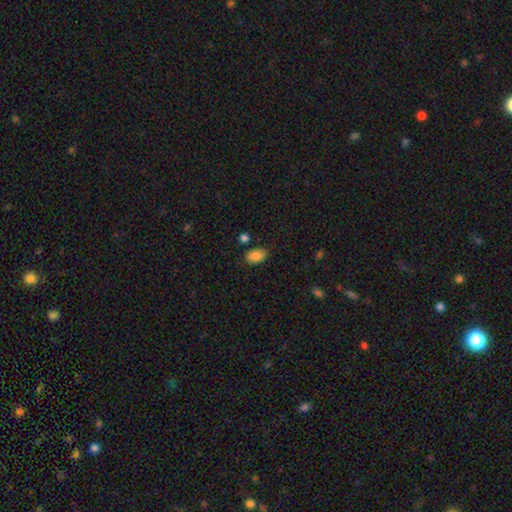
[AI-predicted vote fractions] smooth 86%, star or artifact 8%, featured or disk 6%. Down the decision tree: how rounded — in between (91%); merging — none (79%).